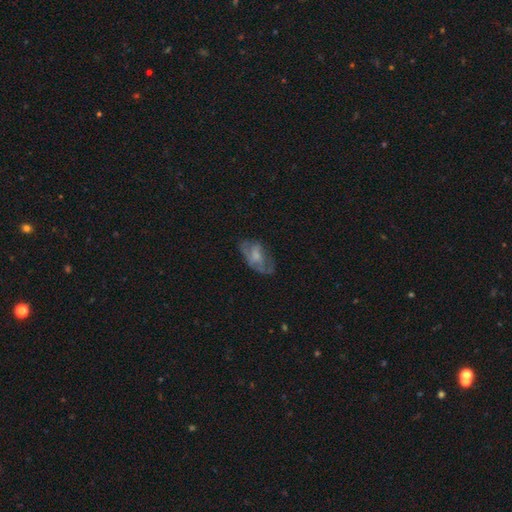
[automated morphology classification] Smooth or featured?
  - featured or disk: 52% *
  - smooth: 39%
  - star or artifact: 9%
Edge-on disk?
  - no: 95% *
  - yes: 5%
Merging?
  - none: 50% *
  - minor disturbance: 26%
  - major disturbance: 21%
  - merger: 2%